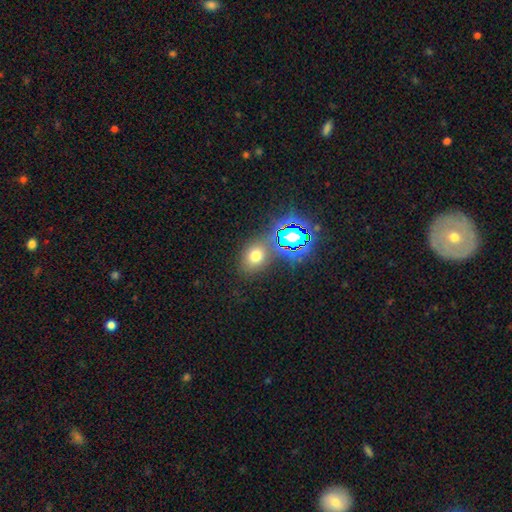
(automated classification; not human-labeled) Smooth or featured? Predicted: smooth (p=0.63). How rounded? Predicted: in between (p=0.57). Merging? Predicted: none (p=0.74).